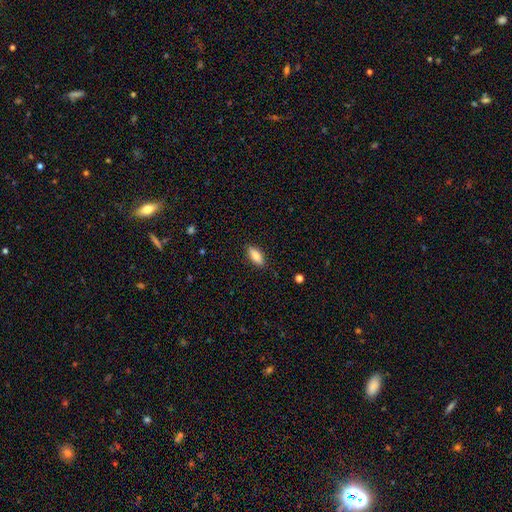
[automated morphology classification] Q: Smooth or featured?
A: smooth (80%); runner-up: featured or disk (13%)
Q: How rounded?
A: in between (79%); runner-up: cigar-shaped (19%)
Q: Merging?
A: none (87%); runner-up: minor disturbance (10%)